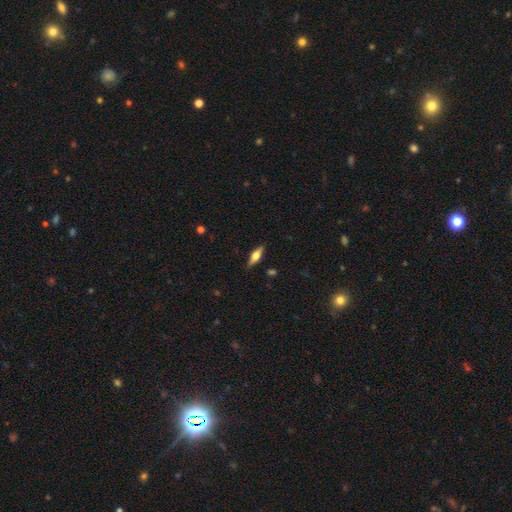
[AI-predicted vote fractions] A smooth galaxy with no disk features (47%). Merging: none (87%).